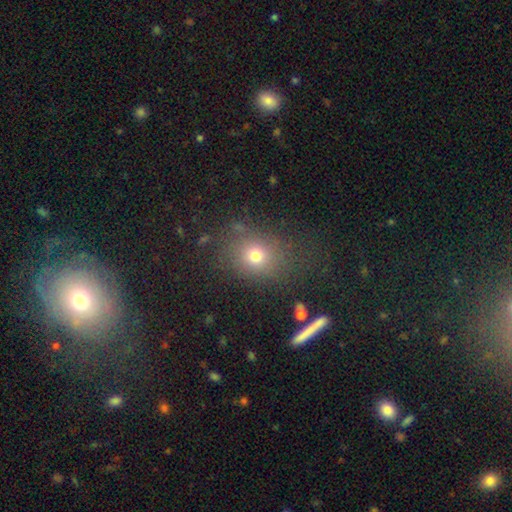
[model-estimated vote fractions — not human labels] Smooth or featured? smooth (71%)
How rounded? round (57%)
Merging? none (75%)